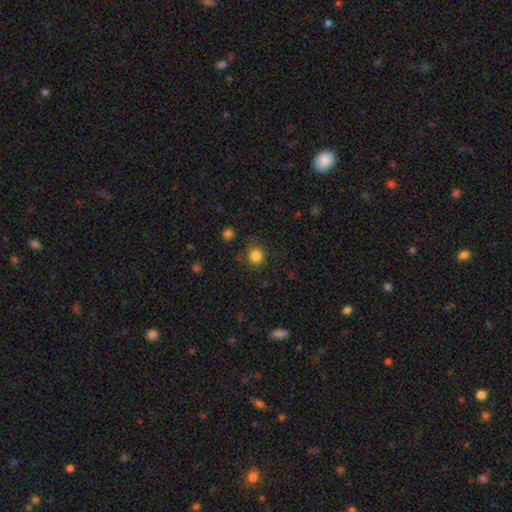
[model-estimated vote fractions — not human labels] Morphology: type=smooth (83%); roundness=round (92%); merging=none (85%).